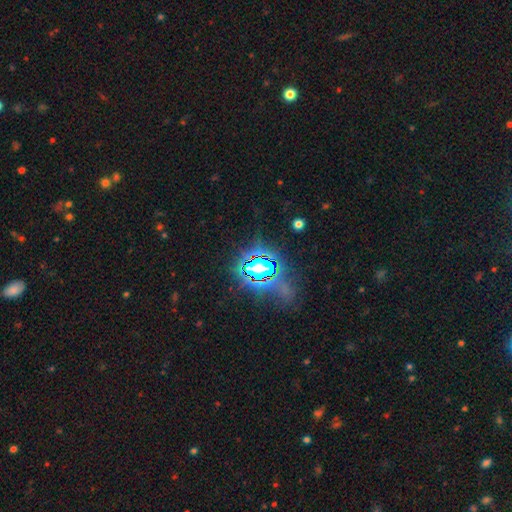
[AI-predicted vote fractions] The model was most divided on "smooth or featured": star or artifact: 82%, smooth: 11%, featured or disk: 7%.